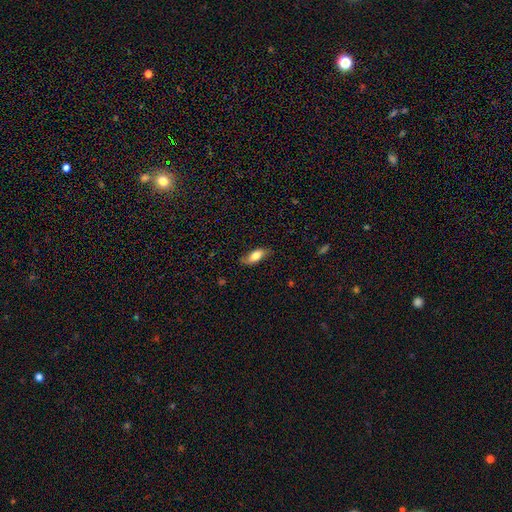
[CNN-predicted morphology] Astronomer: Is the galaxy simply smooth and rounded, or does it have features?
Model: smooth — 77%.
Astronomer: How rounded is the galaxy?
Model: in between — 78%.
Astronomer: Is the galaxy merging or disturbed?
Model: none — 78%.